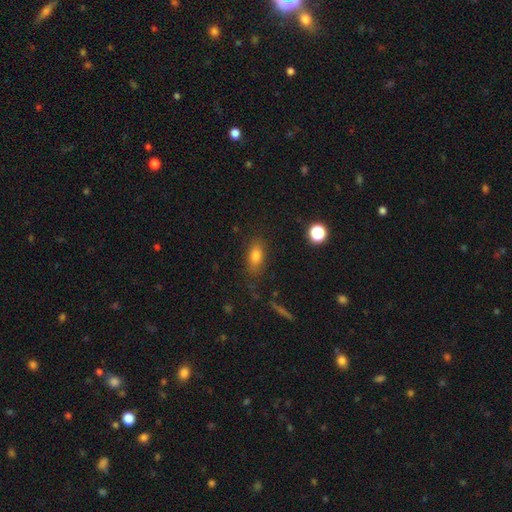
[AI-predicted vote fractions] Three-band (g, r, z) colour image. It shows a smooth galaxy with no disk features (76%) that is in between round and cigar-shaped (77%). Merging: none (79%).